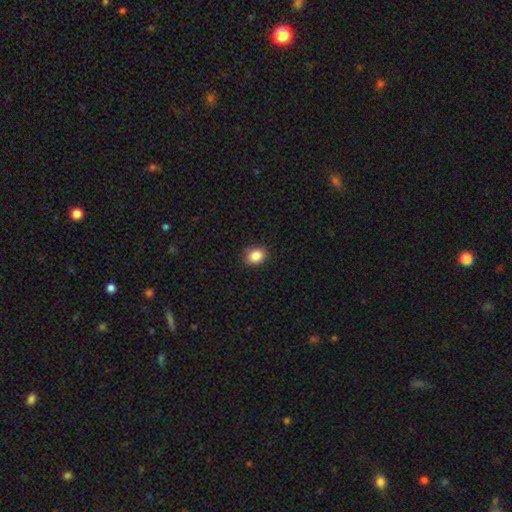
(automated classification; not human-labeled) smooth_or_featured: smooth (p=0.87) [alt: star or artifact p=0.09]
how_rounded: round (p=0.57) [alt: in between p=0.42]
merging: none (p=0.89) [alt: minor disturbance p=0.08]